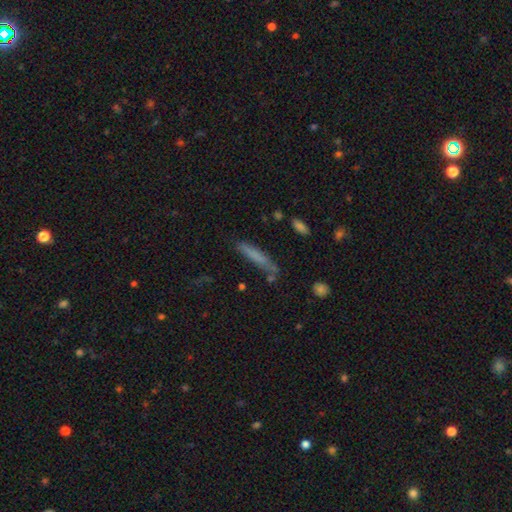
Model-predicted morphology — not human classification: Q: Smooth or featured?
A: smooth (70%); runner-up: featured or disk (21%)
Q: How rounded?
A: cigar-shaped (92%); runner-up: in between (7%)
Q: Merging?
A: none (75%); runner-up: minor disturbance (16%)